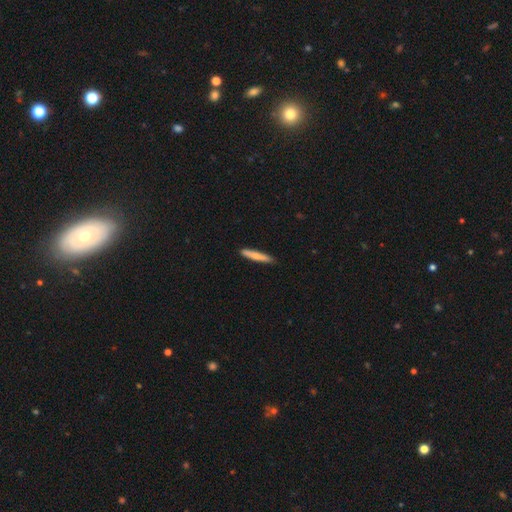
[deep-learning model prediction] This is likely a smooth galaxy (73%). How rounded: clearly cigar-shaped (92%). Merging: clearly none (87%).